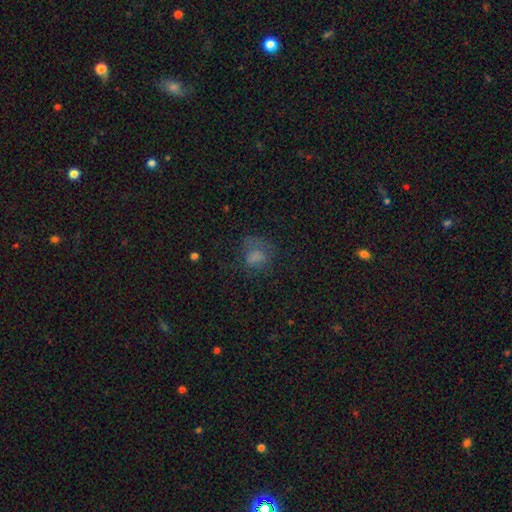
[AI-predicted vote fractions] smooth_or_featured: smooth (p=0.62) [alt: featured or disk p=0.19]
how_rounded: round (p=0.52) [alt: in between p=0.47]
merging: none (p=0.44) [alt: major disturbance p=0.30]